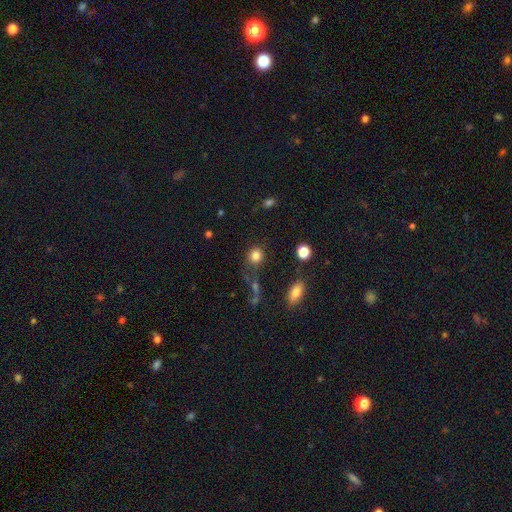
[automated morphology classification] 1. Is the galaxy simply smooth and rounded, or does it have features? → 82% smooth, 12% star or artifact, 6% featured or disk.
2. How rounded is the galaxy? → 81% round, 18% in between, 1% cigar-shaped.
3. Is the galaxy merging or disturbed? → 71% none, 14% minor disturbance, 8% merger, 7% major disturbance.